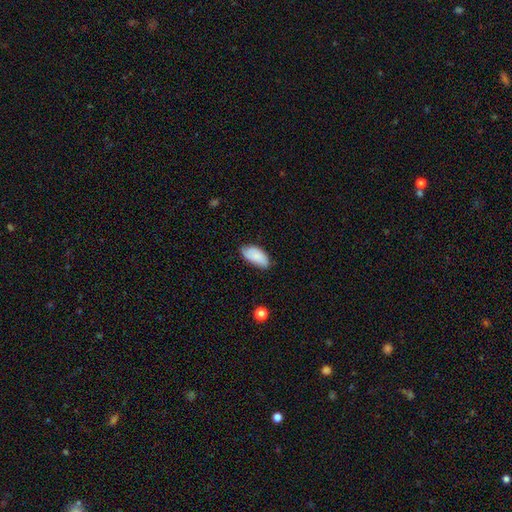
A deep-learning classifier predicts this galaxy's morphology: A smooth galaxy with no disk features (78%) that is in between round and cigar-shaped (94%).

Vote fractions:
- Smooth or featured? smooth: 78% / featured or disk: 15% / star or artifact: 7%
- How rounded? in between: 94% / cigar-shaped: 4% / round: 2%
- Merging? none: 67% / minor disturbance: 27% / major disturbance: 4% / merger: 2%